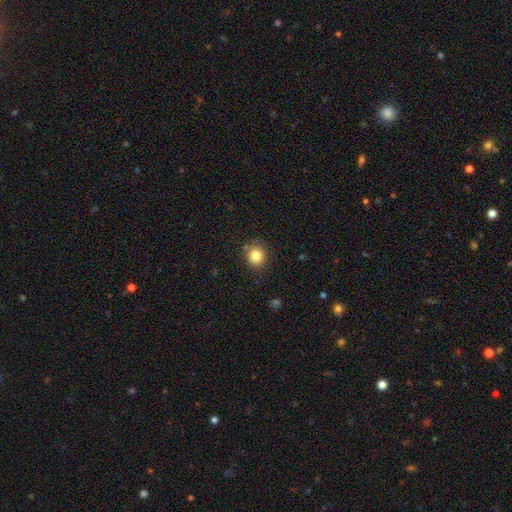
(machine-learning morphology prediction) smooth 83%, star or artifact 11%, featured or disk 6%. Down the decision tree: how rounded — round (79%); merging — none (82%).